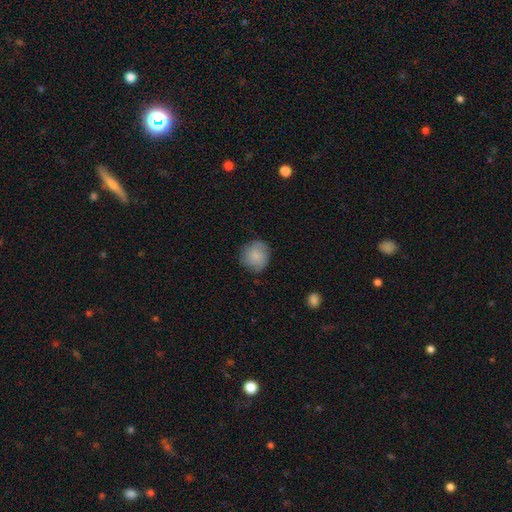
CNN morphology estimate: type=smooth (82%); roundness=round (86%); merging=none (77%).